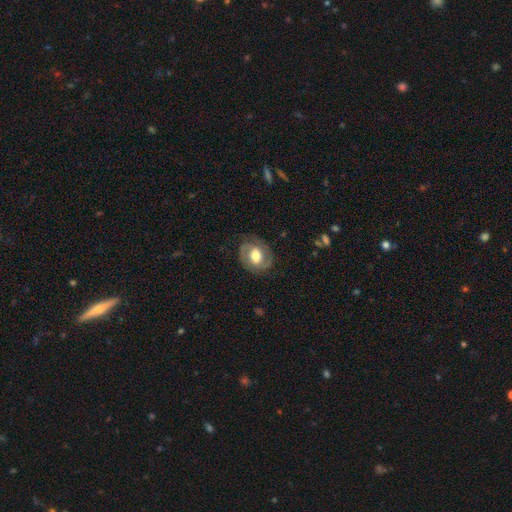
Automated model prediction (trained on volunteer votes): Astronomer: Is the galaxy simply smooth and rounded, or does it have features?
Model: featured or disk — 58% (runner-up: smooth, 35%).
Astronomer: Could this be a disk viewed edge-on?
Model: no — 96%.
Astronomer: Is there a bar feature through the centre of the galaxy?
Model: no — 42% (runner-up: weak, 41%).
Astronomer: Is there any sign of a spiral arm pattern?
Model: yes — 77%.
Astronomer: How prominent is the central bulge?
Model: moderate — 60%.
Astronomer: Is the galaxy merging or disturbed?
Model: none — 76%.